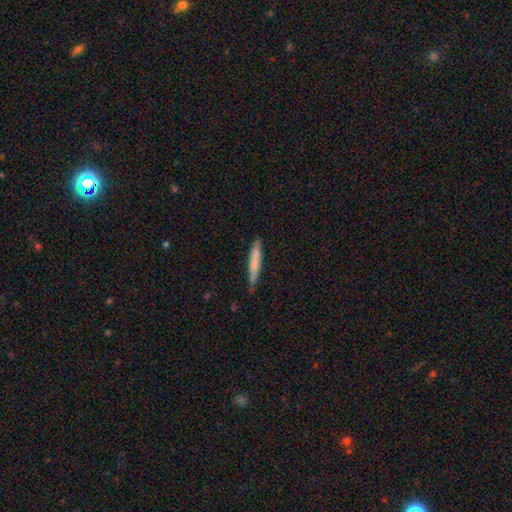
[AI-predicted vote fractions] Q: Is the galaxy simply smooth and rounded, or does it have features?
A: smooth — 50%.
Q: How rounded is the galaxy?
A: cigar-shaped — 93%.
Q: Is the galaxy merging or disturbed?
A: none — 87%.